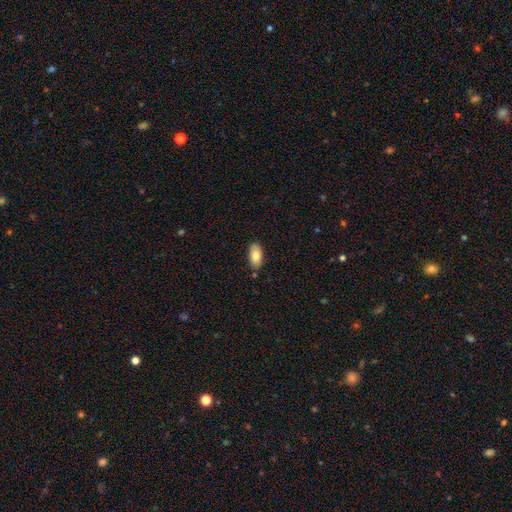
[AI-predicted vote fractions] smooth 81%, featured or disk 12%, star or artifact 7%. Down the decision tree: how rounded — in between (91%); merging — none (83%).